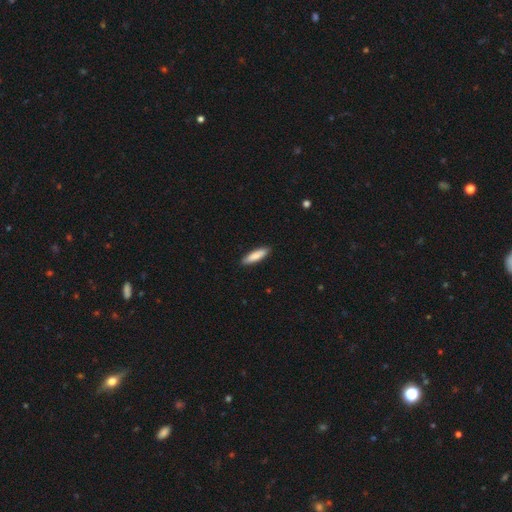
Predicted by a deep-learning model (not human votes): Q: Smooth or featured?
A: smooth (84%); runner-up: featured or disk (11%)
Q: How rounded?
A: cigar-shaped (71%); runner-up: in between (27%)
Q: Merging?
A: none (90%); runner-up: minor disturbance (7%)